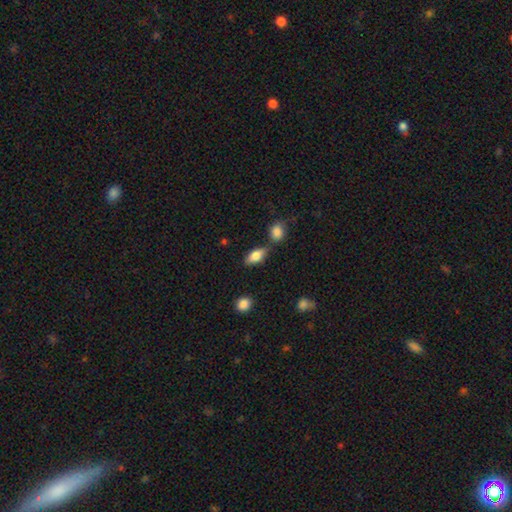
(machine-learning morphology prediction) type=smooth (72%); roundness=in between (81%); merging=none (70%).